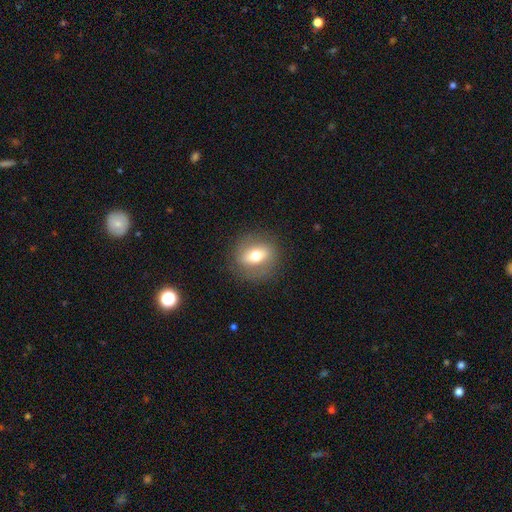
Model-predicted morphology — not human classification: Smooth or featured? smooth (53%)
How rounded? round (55%)
Merging? none (84%)